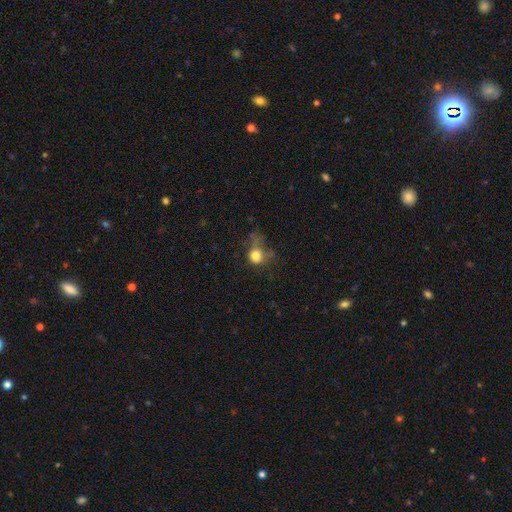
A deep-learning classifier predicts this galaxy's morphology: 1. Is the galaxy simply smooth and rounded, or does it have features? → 73% smooth, 15% featured or disk, 12% star or artifact.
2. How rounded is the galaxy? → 63% round, 36% in between, 2% cigar-shaped.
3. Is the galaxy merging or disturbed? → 40% major disturbance, 29% none, 24% minor disturbance, 6% merger.